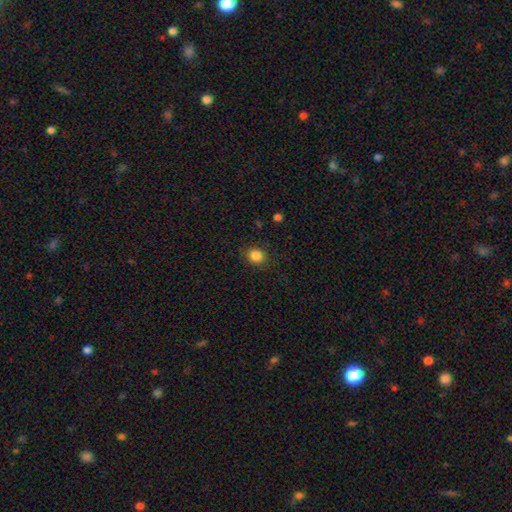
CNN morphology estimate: This appears to be a smooth galaxy with no disk features (86%) that is round (67%). Merging: none (87%).